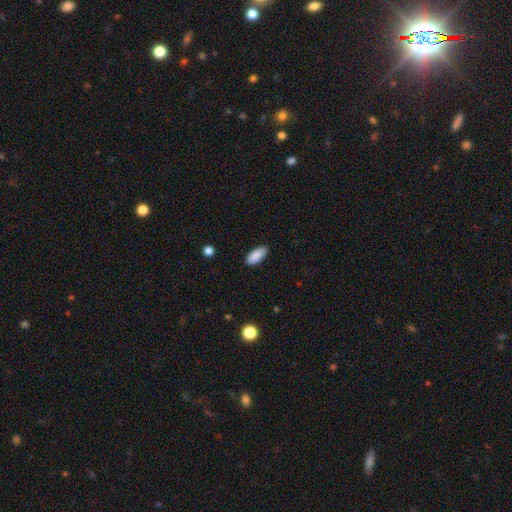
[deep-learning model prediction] Q: Smooth or featured?
A: smooth (89%); runner-up: star or artifact (7%)
Q: How rounded?
A: in between (87%); runner-up: cigar-shaped (11%)
Q: Merging?
A: none (85%); runner-up: minor disturbance (12%)